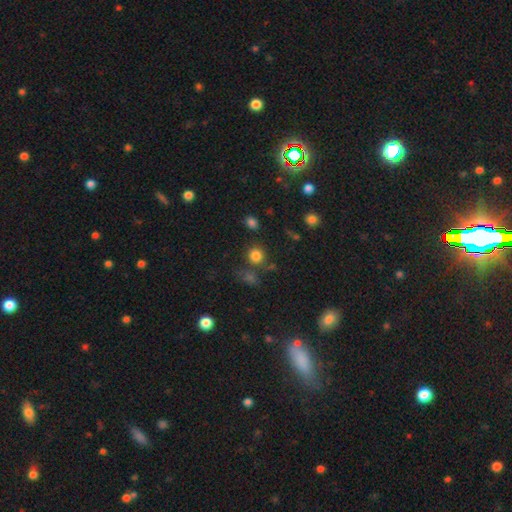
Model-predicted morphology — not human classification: smooth_or_featured: smooth (p=0.80) [alt: star or artifact p=0.14]
how_rounded: round (p=0.90) [alt: in between p=0.09]
merging: none (p=0.75) [alt: merger p=0.11]